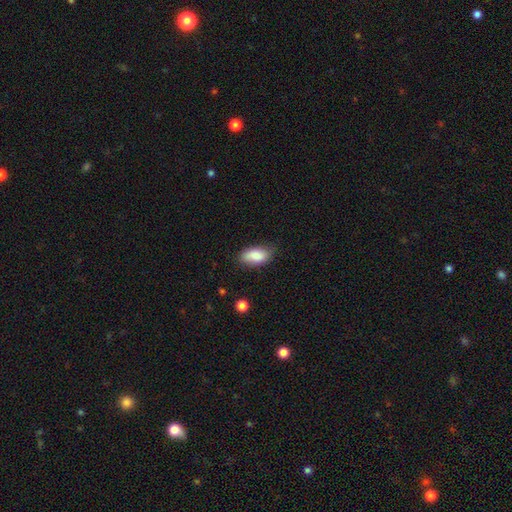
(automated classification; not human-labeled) smooth_or_featured: smooth (p=0.85) [alt: featured or disk p=0.08]
how_rounded: in between (p=0.91) [alt: cigar-shaped p=0.05]
merging: none (p=0.73) [alt: minor disturbance p=0.21]